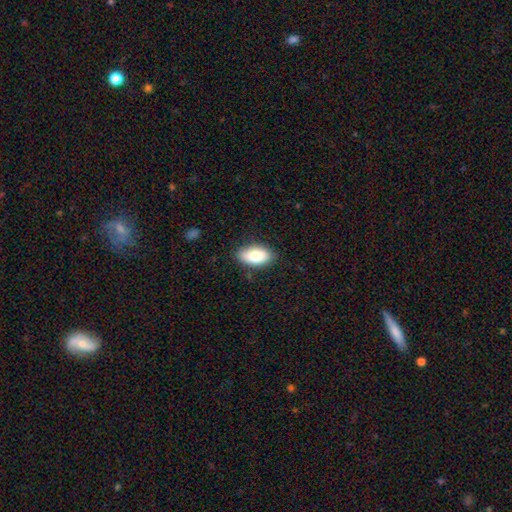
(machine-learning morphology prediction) type=smooth (78%); roundness=in between (93%); merging=none (84%).